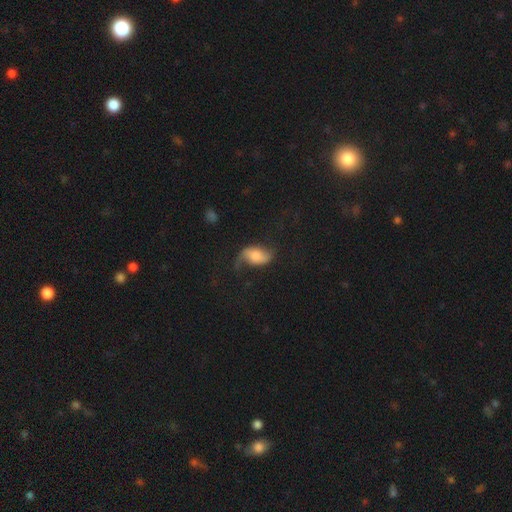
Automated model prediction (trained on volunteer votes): Morphology: type=featured or disk (53%); edge-on=no (95%); merging=none (51%).